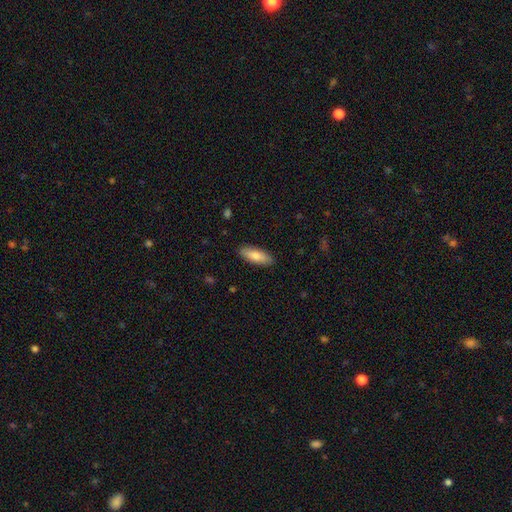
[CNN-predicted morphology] The model was most divided on "how rounded": in between: 61%, cigar-shaped: 37%, round: 2%. More confident: merging — none (89%); smooth or featured — smooth (79%).